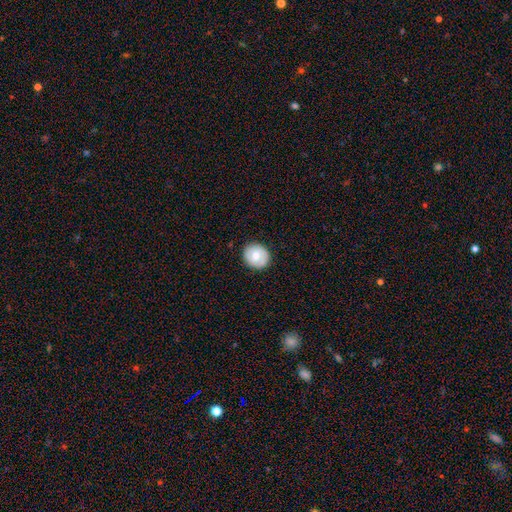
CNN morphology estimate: Smooth or featured?
  - smooth: 67% *
  - featured or disk: 26%
  - star or artifact: 7%
How rounded?
  - round: 81% *
  - in between: 18%
  - cigar-shaped: 1%
Merging?
  - none: 88% *
  - minor disturbance: 9%
  - major disturbance: 2%
  - merger: 1%